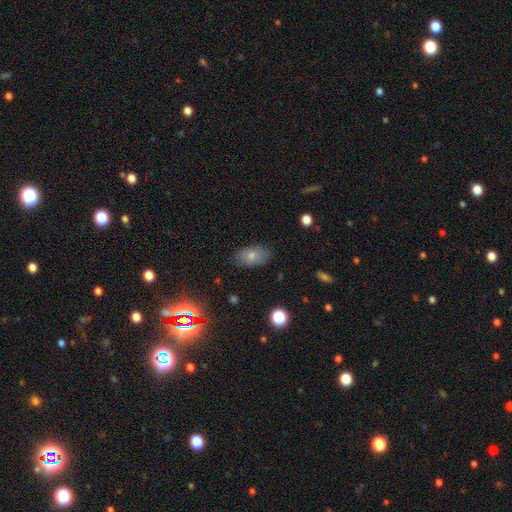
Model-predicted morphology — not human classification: smooth 47%, star or artifact 35%, featured or disk 18%. Down the decision tree: merging — none (84%).